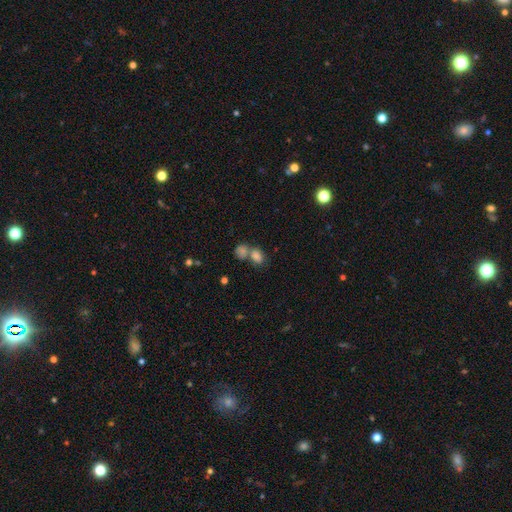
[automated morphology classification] Smooth or featured? smooth (75%)
How rounded? in between (69%)
Merging? merger (53%)